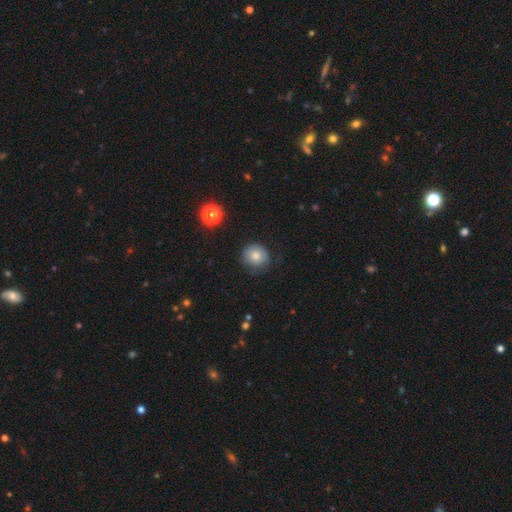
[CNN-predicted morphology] Smooth or featured? smooth (78%)
How rounded? round (87%)
Merging? none (75%)